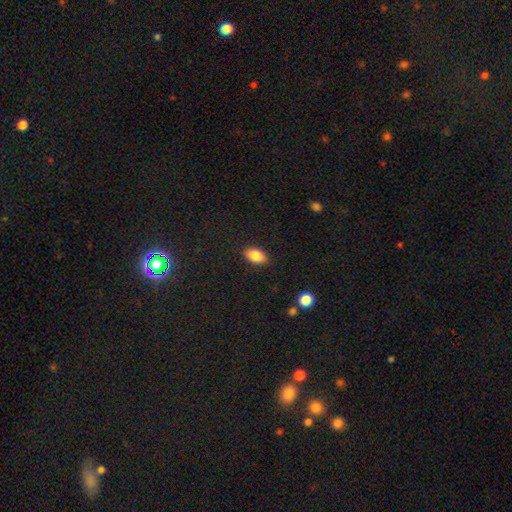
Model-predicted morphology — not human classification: This appears to be a smooth galaxy with no disk features (86%) that is in between round and cigar-shaped (91%). Merging: none (89%).